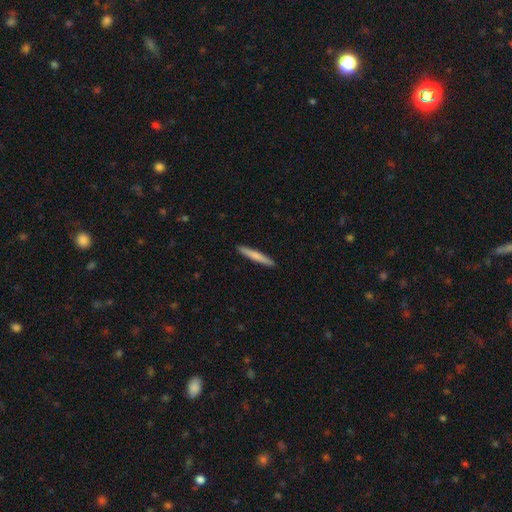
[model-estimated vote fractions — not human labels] Smooth or featured?
  - smooth: 73% *
  - featured or disk: 22%
  - star or artifact: 5%
How rounded?
  - cigar-shaped: 96% *
  - in between: 3%
  - round: 1%
Merging?
  - none: 92% *
  - minor disturbance: 5%
  - major disturbance: 1%
  - merger: 1%